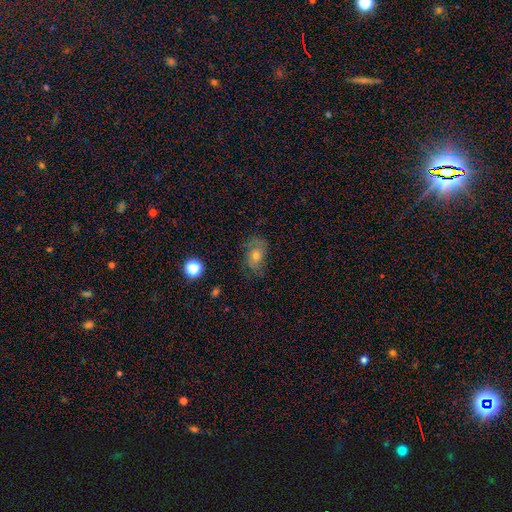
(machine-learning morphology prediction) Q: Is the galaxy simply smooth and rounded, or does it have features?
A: featured or disk — 49%.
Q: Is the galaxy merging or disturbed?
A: none — 65%.